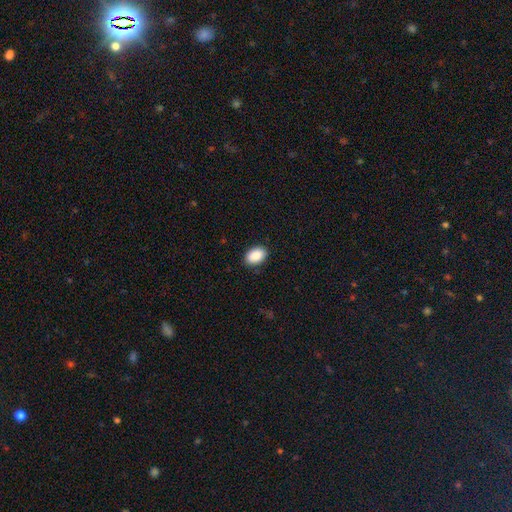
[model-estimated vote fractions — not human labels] This appears to be a smooth galaxy with no disk features (90%) that is in between round and cigar-shaped (88%). Merging: none (88%).